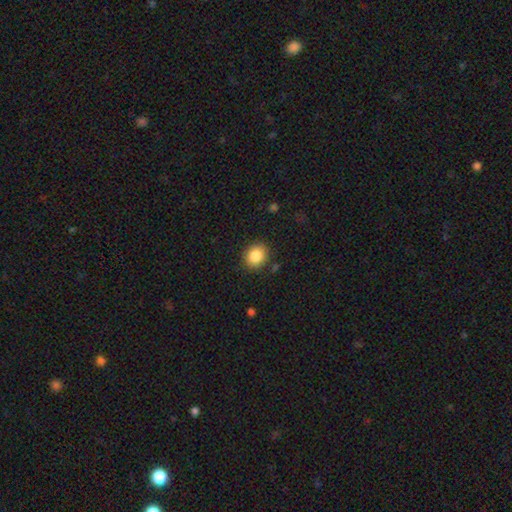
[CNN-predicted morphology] Smooth or featured? smooth (86%)
How rounded? round (65%)
Merging? none (85%)